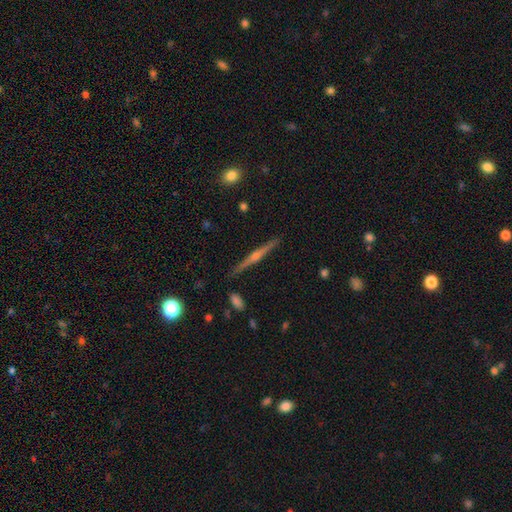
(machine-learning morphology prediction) A featured or disk galaxy (80%) viewed edge-on (98%) with a rounded central bulge (87%). Merging: none (91%).